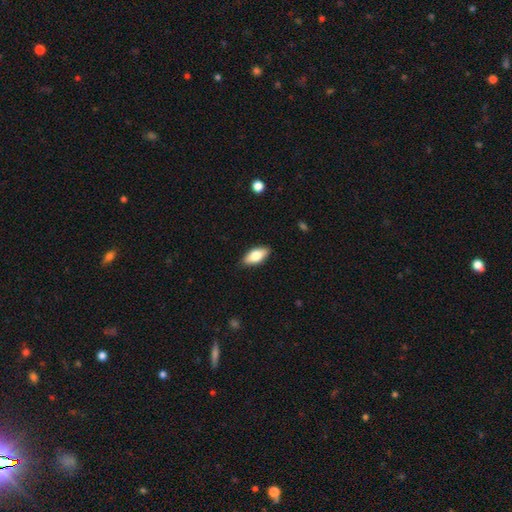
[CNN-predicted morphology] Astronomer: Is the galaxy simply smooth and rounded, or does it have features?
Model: smooth — 72%.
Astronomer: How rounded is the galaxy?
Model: in between — 85%.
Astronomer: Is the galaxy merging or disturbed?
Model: none — 88%.